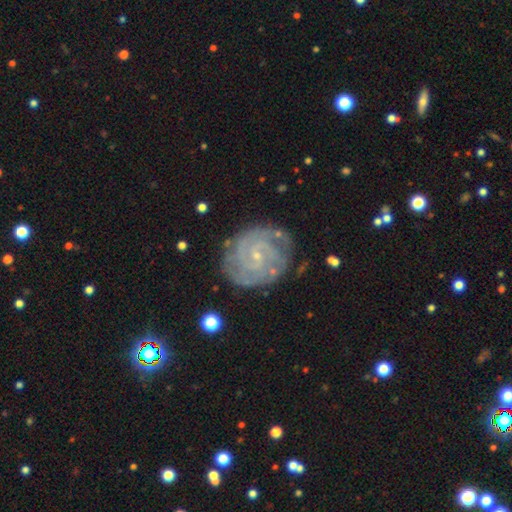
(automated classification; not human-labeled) Smooth or featured: featured or disk — 86% (smooth — 7%)
Edge-on disk: no — 98% (yes — 2%)
Bar: no — 56% (weak — 35%)
Spiral arms: yes — 97% (no — 3%)
Spiral winding: tight — 75% (medium — 21%)
Spiral arm count: 2 — 28% (can't tell — 24%)
Bulge size: small — 85% (moderate — 9%)
Merging: none — 79% (minor disturbance — 15%)